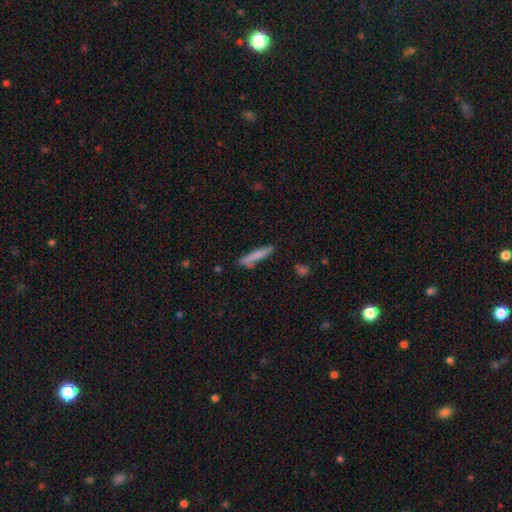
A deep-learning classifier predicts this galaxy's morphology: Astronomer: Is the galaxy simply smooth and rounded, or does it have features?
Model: smooth — 74%.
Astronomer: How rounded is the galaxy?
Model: cigar-shaped — 91%.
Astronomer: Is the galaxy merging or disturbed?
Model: none — 73%.